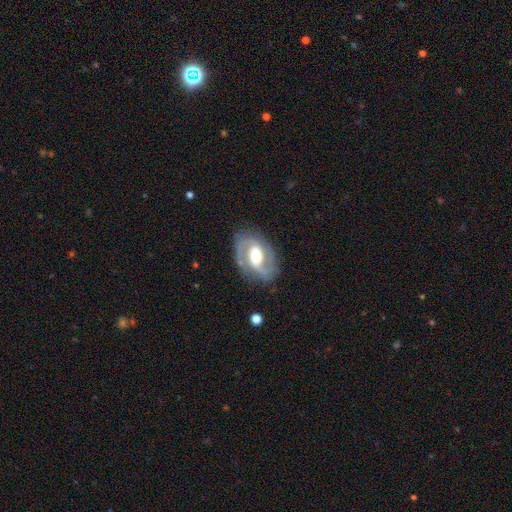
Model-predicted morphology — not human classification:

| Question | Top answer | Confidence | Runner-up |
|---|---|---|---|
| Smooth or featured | featured or disk | 86% | smooth (9%) |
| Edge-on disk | no | 97% | yes (3%) |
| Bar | weak | 45% | no (30%) |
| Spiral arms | yes | 93% | no (7%) |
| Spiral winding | medium | 54% | tight (31%) |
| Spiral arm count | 2 | 90% | can't tell (4%) |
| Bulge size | moderate | 55% | large (29%) |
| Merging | none | 79% | minor disturbance (14%) |